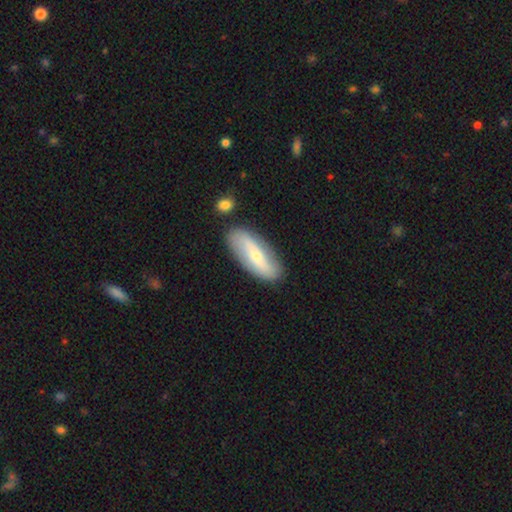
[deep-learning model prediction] featured or disk 49%, smooth 45%, star or artifact 6%. Down the decision tree: merging — none (82%).